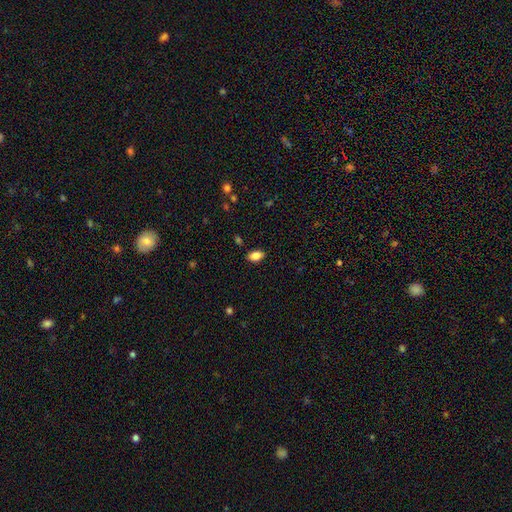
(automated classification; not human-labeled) A smooth galaxy with no disk features (86%) that is in between round and cigar-shaped (90%). Merging: none (87%).